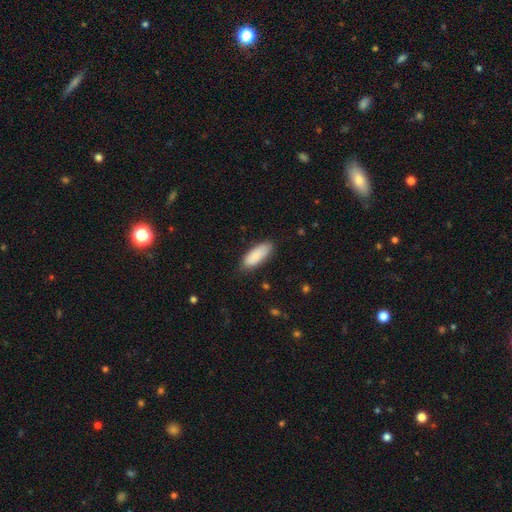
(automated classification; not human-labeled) smooth 86%, featured or disk 8%, star or artifact 6%. Down the decision tree: how rounded — in between (77%); merging — none (82%).